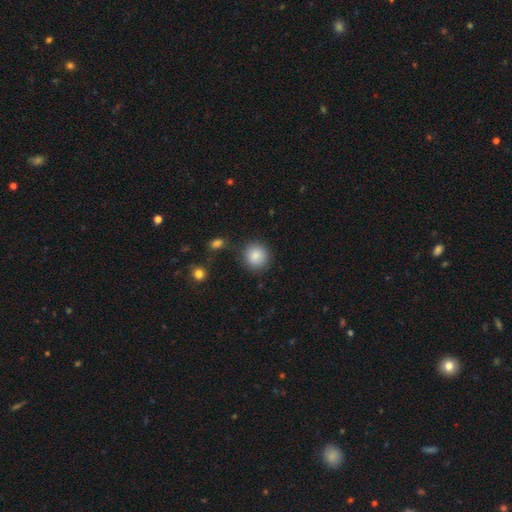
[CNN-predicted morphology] type=smooth (87%); roundness=round (90%); merging=none (87%).